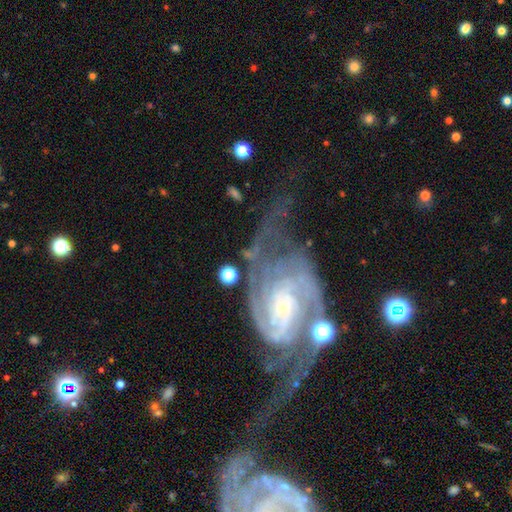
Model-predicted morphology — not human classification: Q: Smooth or featured?
A: featured or disk (91%); runner-up: star or artifact (5%)
Q: Edge-on disk?
A: no (97%); runner-up: yes (3%)
Q: Bar?
A: no (46%); runner-up: weak (37%)
Q: Spiral arms?
A: yes (98%); runner-up: no (2%)
Q: Spiral winding?
A: medium (45%); runner-up: tight (38%)
Q: Spiral arm count?
A: 2 (78%); runner-up: 3 (7%)
Q: Bulge size?
A: small (57%); runner-up: moderate (24%)
Q: Merging?
A: none (54%); runner-up: major disturbance (21%)